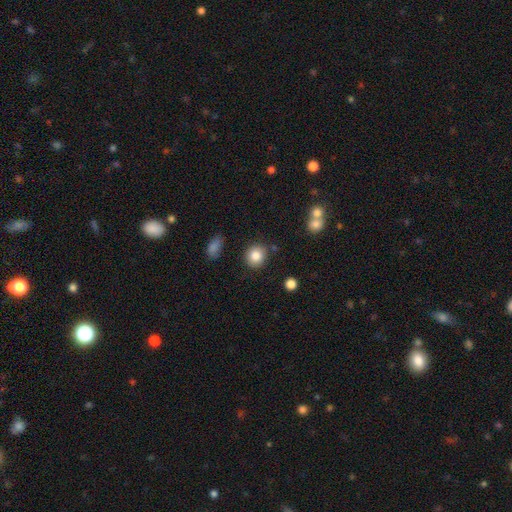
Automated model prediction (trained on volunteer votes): smooth 85%, star or artifact 9%, featured or disk 6%. Down the decision tree: how rounded — round (79%); merging — none (82%).